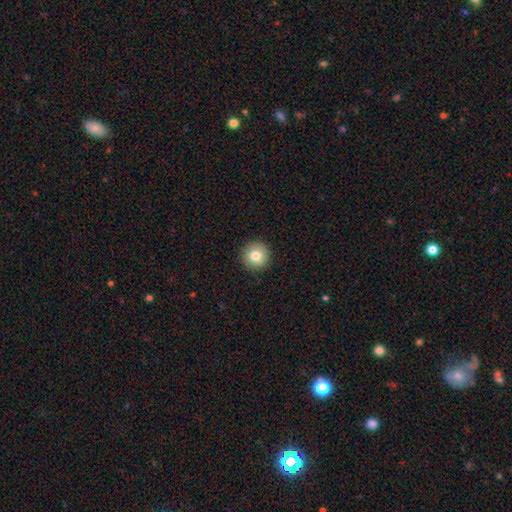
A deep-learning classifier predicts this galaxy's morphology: This appears to be a smooth galaxy with no disk features (80%) that is round (95%). Merging: none (91%).